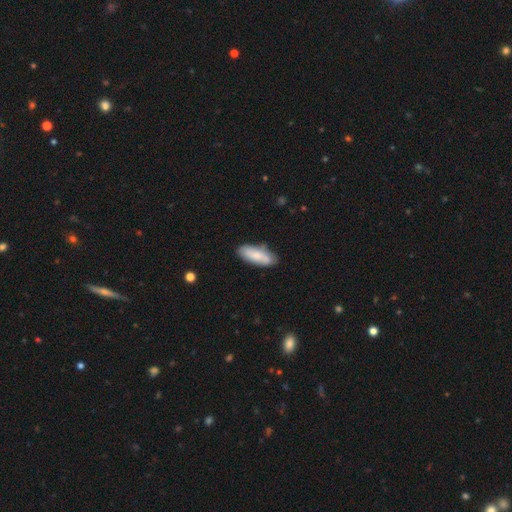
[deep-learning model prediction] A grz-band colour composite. It shows a smooth galaxy with no disk features (72%) that is in between round and cigar-shaped (75%). Merging: none (75%).